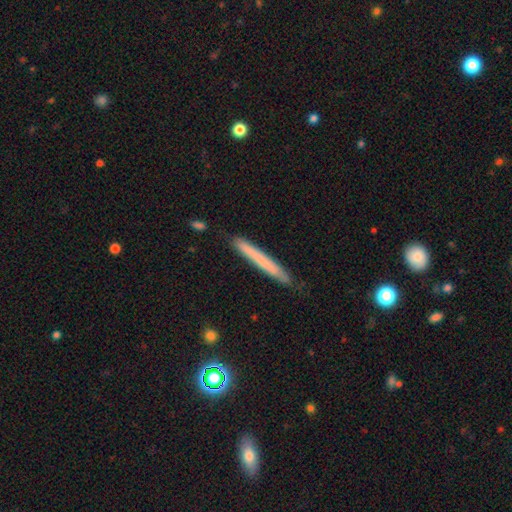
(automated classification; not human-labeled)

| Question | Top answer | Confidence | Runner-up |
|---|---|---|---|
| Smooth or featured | smooth | 65% | featured or disk (28%) |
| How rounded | cigar-shaped | 97% | in between (2%) |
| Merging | none | 86% | minor disturbance (11%) |